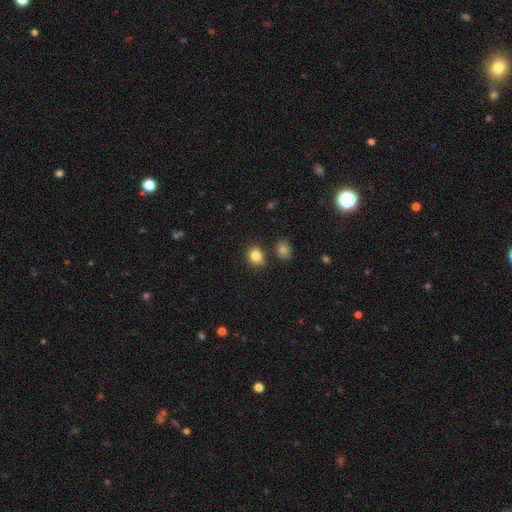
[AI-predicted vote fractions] smooth 84%, star or artifact 10%, featured or disk 6%. Down the decision tree: how rounded — round (64%); merging — none (76%).